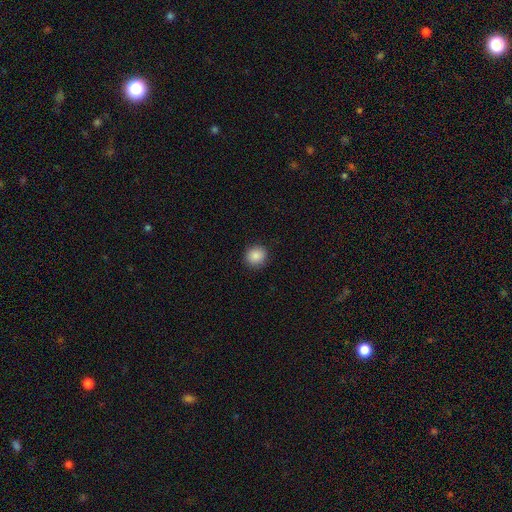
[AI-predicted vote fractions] A smooth galaxy with no disk features (87%) that is round (88%). Merging: none (90%).